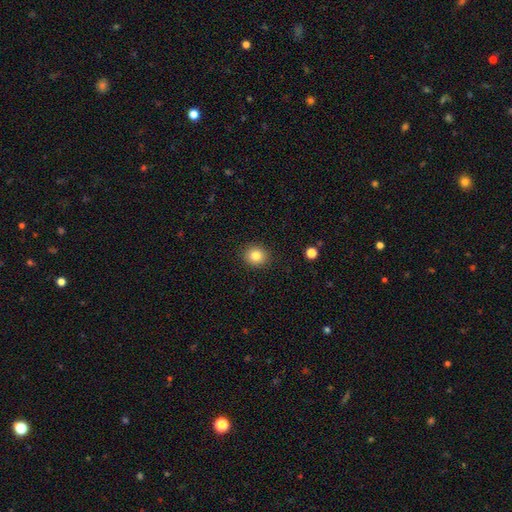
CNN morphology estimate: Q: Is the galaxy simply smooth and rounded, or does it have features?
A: smooth — 83%.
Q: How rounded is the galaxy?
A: round — 82%.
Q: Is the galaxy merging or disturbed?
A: none — 90%.